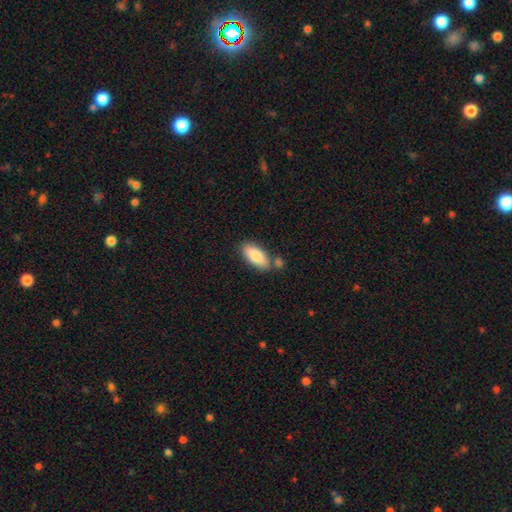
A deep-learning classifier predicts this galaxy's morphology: type=smooth (86%); roundness=in between (86%); merging=none (66%).